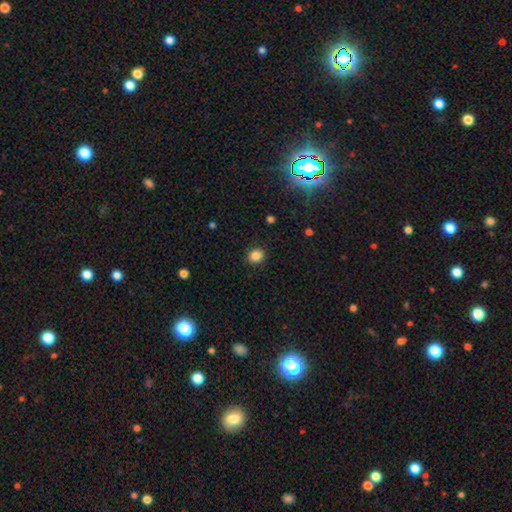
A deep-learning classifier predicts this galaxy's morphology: Smooth or featured? smooth (85%)
How rounded? round (70%)
Merging? none (89%)